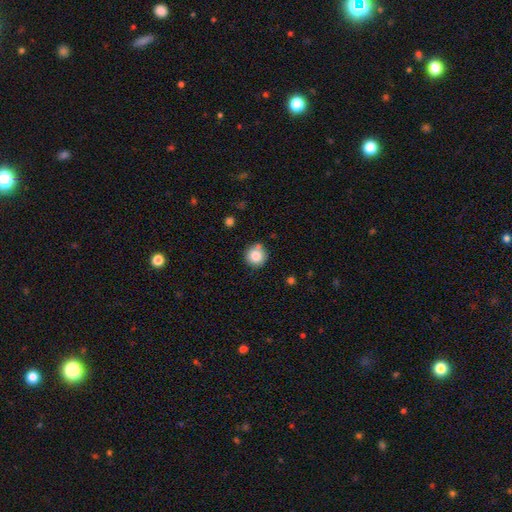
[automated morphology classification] A smooth galaxy with no disk features (83%) that is round (94%). Merging: none (79%).